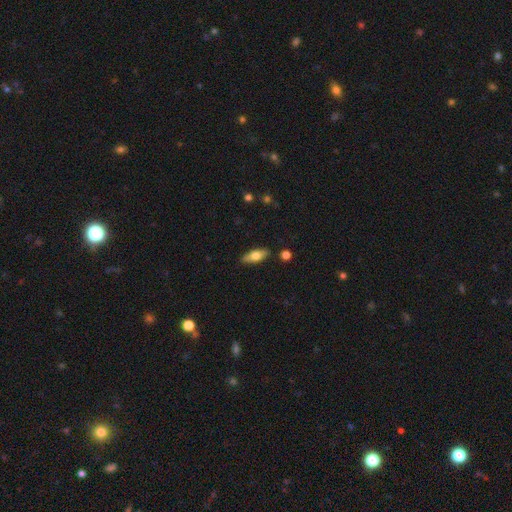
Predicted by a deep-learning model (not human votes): A smooth galaxy with no disk features (54%) that is in between round and cigar-shaped (64%). Merging: none (86%).